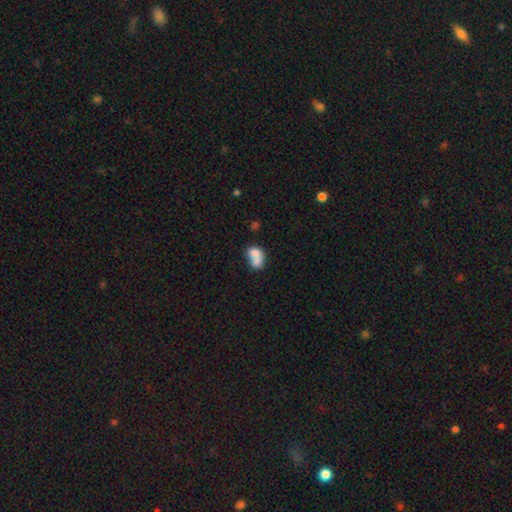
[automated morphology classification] Smooth or featured? Predicted: smooth (p=0.70). How rounded? Predicted: in between (p=0.62). Merging? Predicted: merger (p=0.68).